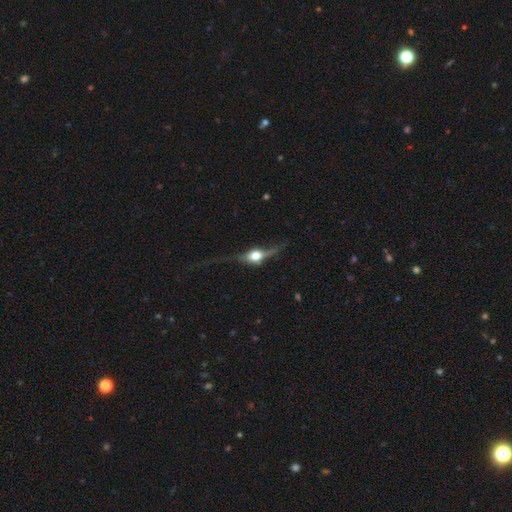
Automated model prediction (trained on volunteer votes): smooth-or-featured: featured or disk: 65% | smooth: 26% | star or artifact: 9%
  disk-edge-on: yes: 86% | no: 14%
    edge-on-bulge: rounded: 93% | boxy: 5% | none: 2%
  merging: none: 52% | major disturbance: 26% | minor disturbance: 19% | merger: 3%